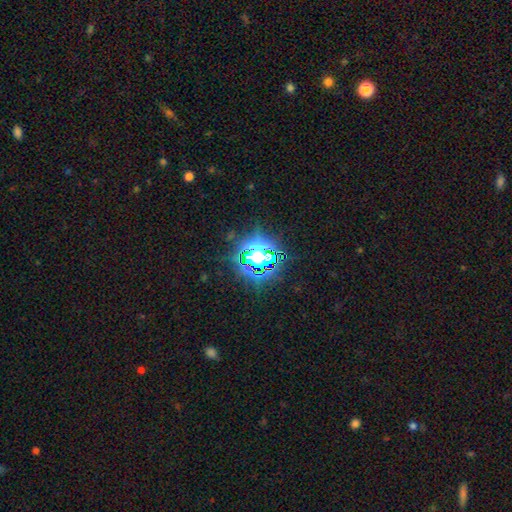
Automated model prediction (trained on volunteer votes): smooth-or-featured: star or artifact: 68% | smooth: 21% | featured or disk: 11%